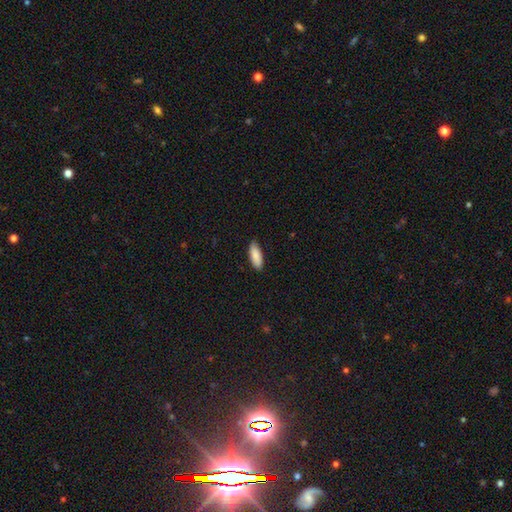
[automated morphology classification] The model was most divided on "how rounded": in between: 70%, cigar-shaped: 29%, round: 2%. More confident: smooth or featured — smooth (89%); merging — none (86%).